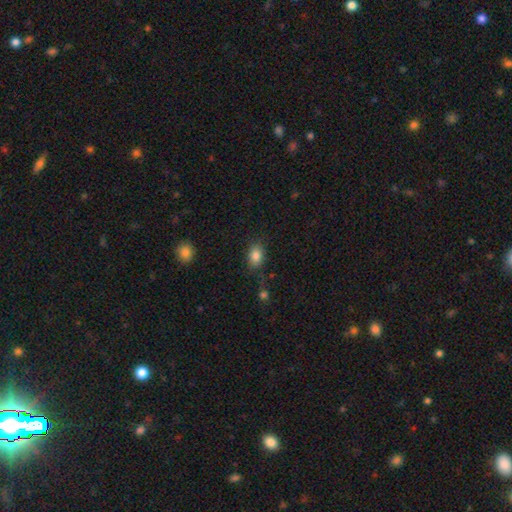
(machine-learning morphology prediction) Q: Smooth or featured?
A: smooth (85%); runner-up: star or artifact (9%)
Q: How rounded?
A: in between (76%); runner-up: round (22%)
Q: Merging?
A: none (73%); runner-up: minor disturbance (17%)